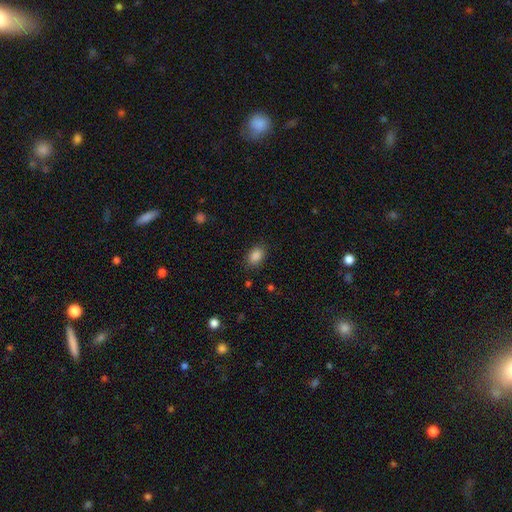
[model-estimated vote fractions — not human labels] Smooth or featured? smooth (87%)
How rounded? in between (80%)
Merging? none (85%)